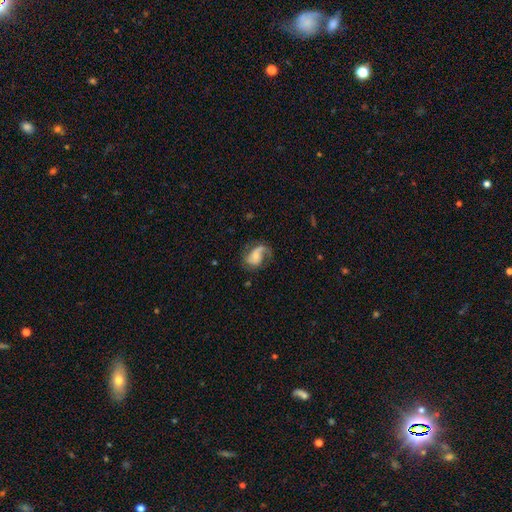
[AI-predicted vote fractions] smooth-or-featured: featured or disk: 72% | smooth: 21% | star or artifact: 7%
  disk-edge-on: no: 98% | yes: 2%
    bar: no: 56% | weak: 35% | strong: 9%
    has-spiral-arms: yes: 92% | no: 8%
      spiral-winding: medium: 42% | loose: 40% | tight: 17%
      spiral-arm-count: 2: 52% | 1: 40% | can't tell: 5% | 3: 2% | 4: 1% | more than 4: 1%
    bulge-size: small: 37% | moderate: 25% | none: 25% | large: 11% | dominant: 3%
  merging: none: 53% | major disturbance: 24% | minor disturbance: 21% | merger: 2%